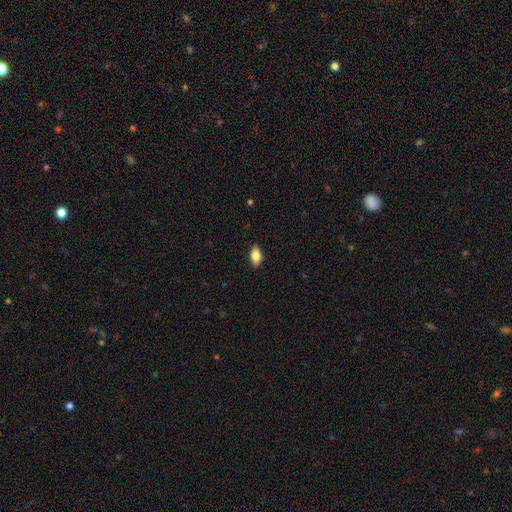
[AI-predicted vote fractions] Smooth or featured: smooth — 77% (featured or disk — 16%)
How rounded: in between — 88% (cigar-shaped — 8%)
Merging: none — 88% (minor disturbance — 9%)